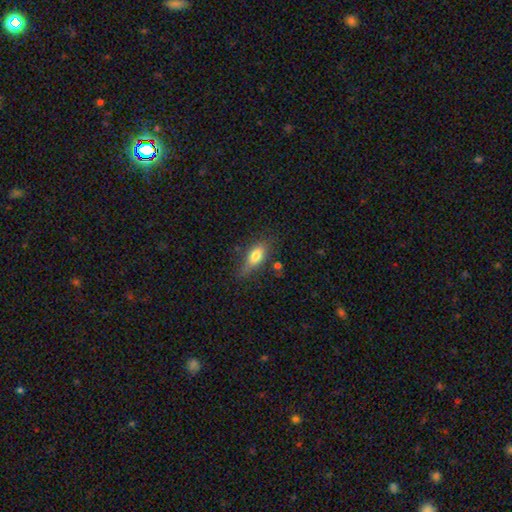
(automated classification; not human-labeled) Smooth or featured? Predicted: smooth (p=0.73). How rounded? Predicted: in between (p=0.76). Merging? Predicted: none (p=0.63).